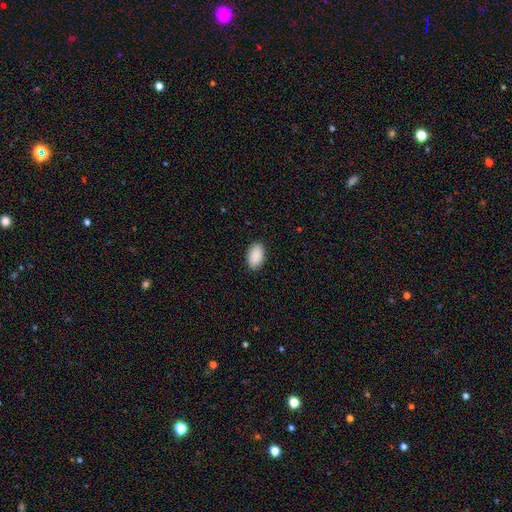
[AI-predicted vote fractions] Smooth or featured? Predicted: smooth (p=0.91). How rounded? Predicted: in between (p=0.94). Merging? Predicted: none (p=0.89).